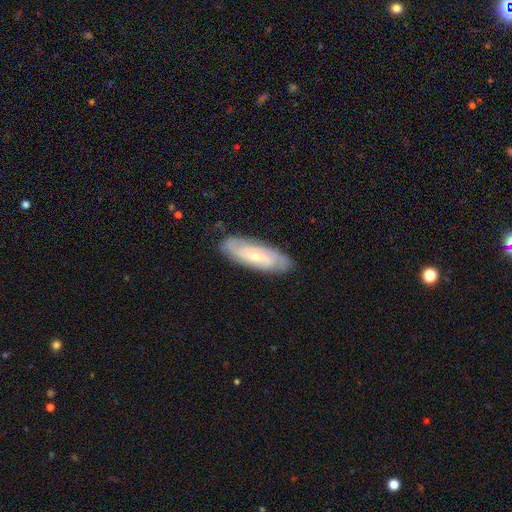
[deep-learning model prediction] Smooth or featured: featured or disk — 65% (smooth — 29%)
Edge-on disk: no — 84% (yes — 16%)
Bar: no — 65% (weak — 27%)
Spiral arms: yes — 86% (no — 14%)
Bulge size: small — 71% (moderate — 25%)
Merging: none — 83% (minor disturbance — 13%)